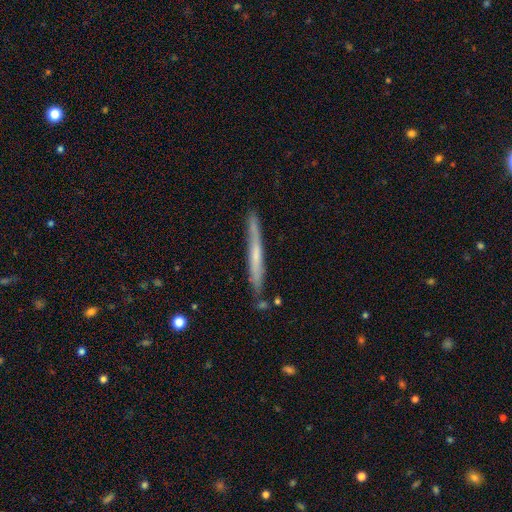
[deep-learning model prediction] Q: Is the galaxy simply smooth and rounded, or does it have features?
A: featured or disk — 47%, tied with smooth.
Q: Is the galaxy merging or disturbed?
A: none — 82%.